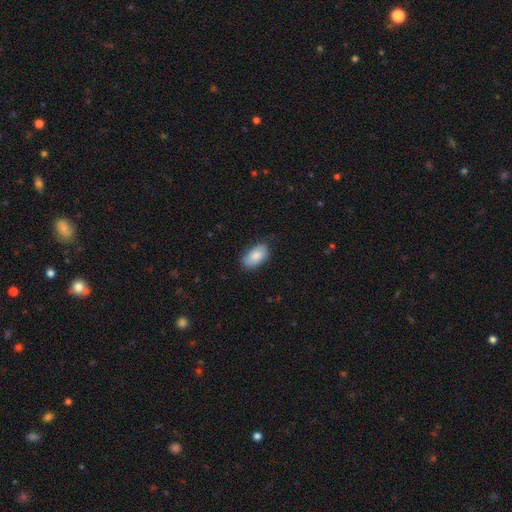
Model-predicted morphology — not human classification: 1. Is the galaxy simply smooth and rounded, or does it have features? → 84% smooth, 10% featured or disk, 6% star or artifact.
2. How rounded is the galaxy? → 94% in between, 4% round, 2% cigar-shaped.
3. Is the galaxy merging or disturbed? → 77% none, 18% minor disturbance, 3% major disturbance, 1% merger.